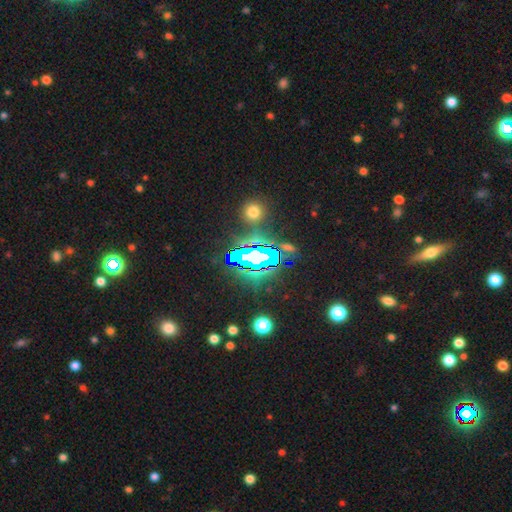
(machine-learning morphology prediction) type=star or artifact (72%).